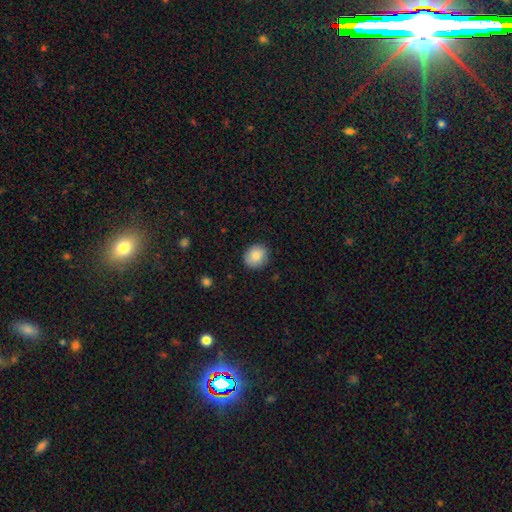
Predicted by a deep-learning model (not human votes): The model was most divided on "how rounded": round: 72%, in between: 28%, cigar-shaped: 1%. More confident: merging — none (87%); smooth or featured — smooth (85%).